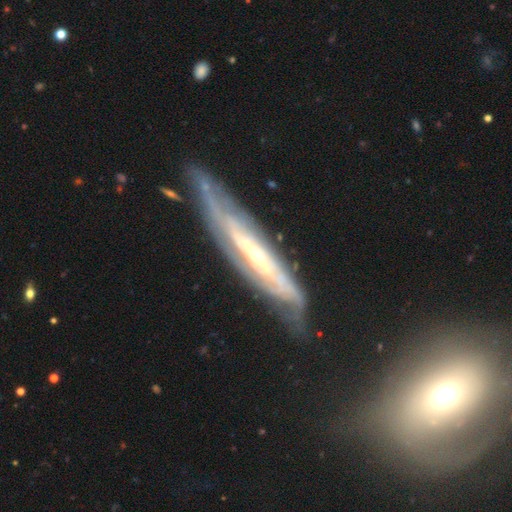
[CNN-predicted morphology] featured or disk 83%, smooth 11%, star or artifact 6%. Down the decision tree: edge-on disk — no (61%); bar — no (56%); spiral arms — yes (87%); bulge size — small (65%); merging — none (63%).